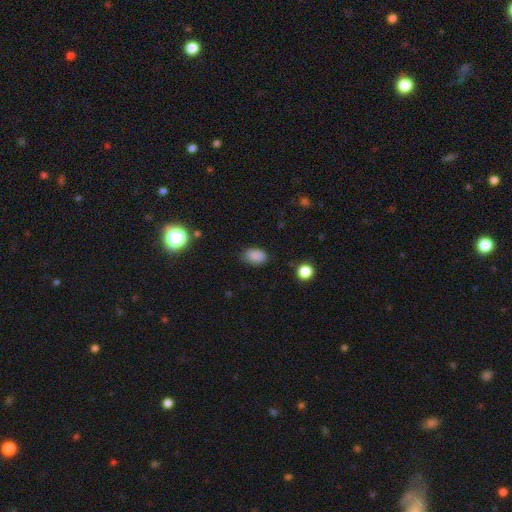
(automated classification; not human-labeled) A smooth galaxy with no disk features (85%) that is in between round and cigar-shaped (85%). Merging: none (77%).